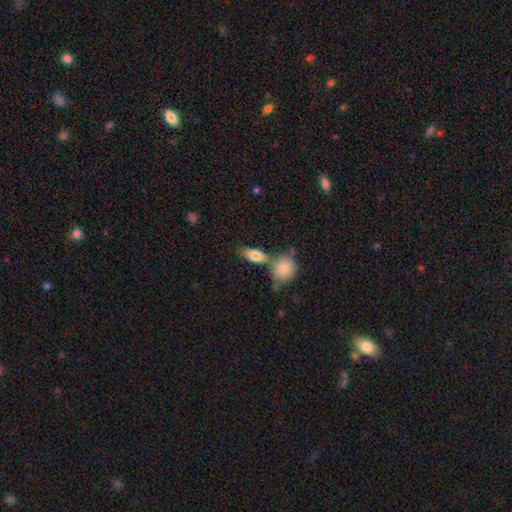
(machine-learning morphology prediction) Smooth or featured? smooth (78%)
How rounded? in between (78%)
Merging? none (53%)